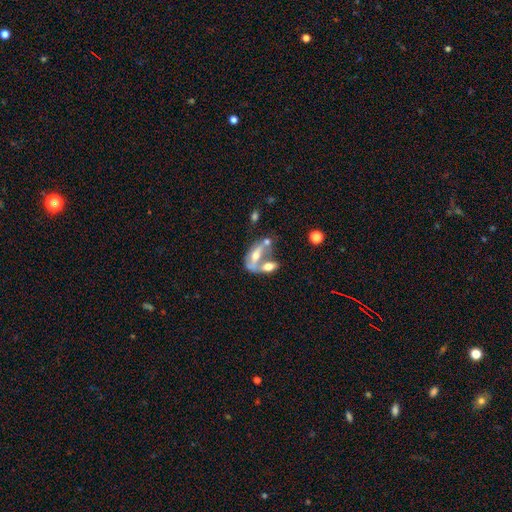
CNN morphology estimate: Overall: featured or disk (52%; smooth 39%). Edge-on disk: no (68%; yes 32%). Merging: merger (54%; none 24%).